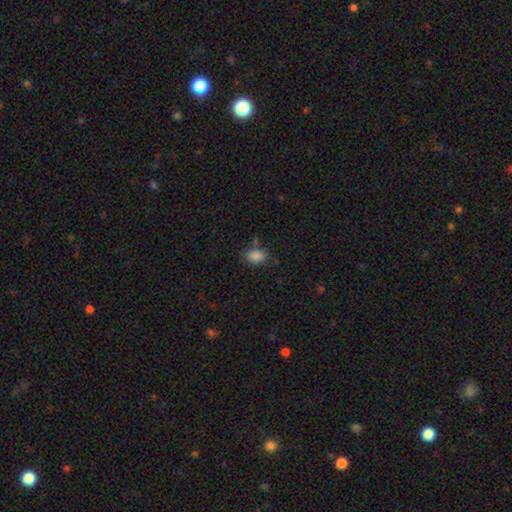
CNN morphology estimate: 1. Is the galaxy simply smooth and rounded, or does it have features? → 86% smooth, 10% star or artifact, 4% featured or disk.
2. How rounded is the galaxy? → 78% in between, 20% round, 1% cigar-shaped.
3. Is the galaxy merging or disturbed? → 71% none, 17% minor disturbance, 7% merger, 5% major disturbance.